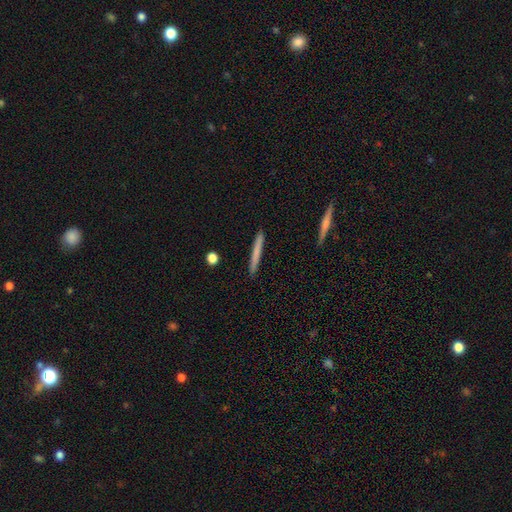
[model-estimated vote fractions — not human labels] featured or disk 43%, smooth 40%, star or artifact 17%. Down the decision tree: merging — none (88%).